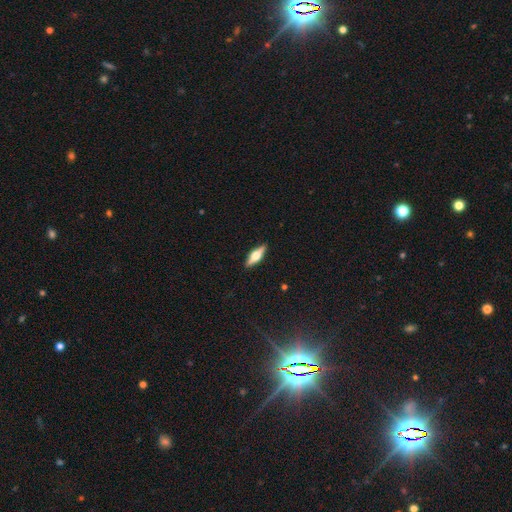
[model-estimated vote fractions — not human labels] smooth_or_featured: featured or disk (p=0.58) [alt: smooth p=0.36]
disk_edge_on: yes (p=0.95) [alt: no p=0.05]
edge_on_bulge: rounded (p=0.93) [alt: boxy p=0.05]
merging: none (p=0.90) [alt: minor disturbance p=0.07]